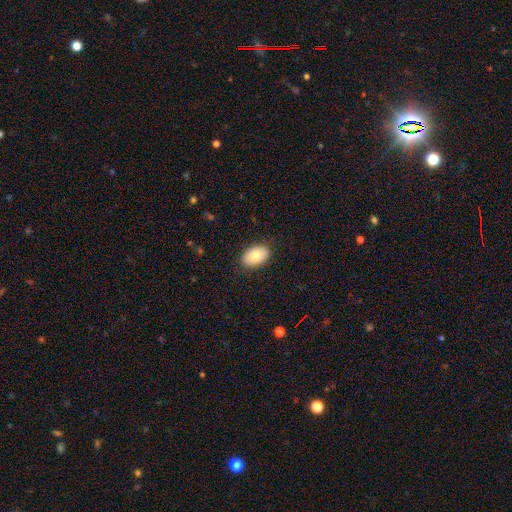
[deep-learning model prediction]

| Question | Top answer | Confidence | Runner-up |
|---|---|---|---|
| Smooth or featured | smooth | 79% | featured or disk (15%) |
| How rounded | in between | 91% | round (8%) |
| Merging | none | 86% | minor disturbance (10%) |